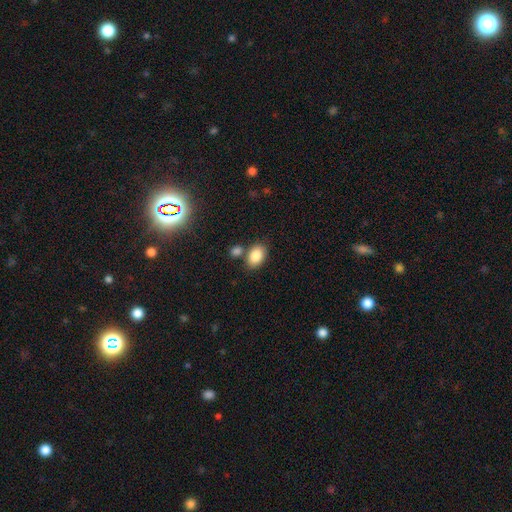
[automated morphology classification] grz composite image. It shows a smooth galaxy with no disk features (86%) that is in between round and cigar-shaped (84%). Merging: none (67%).